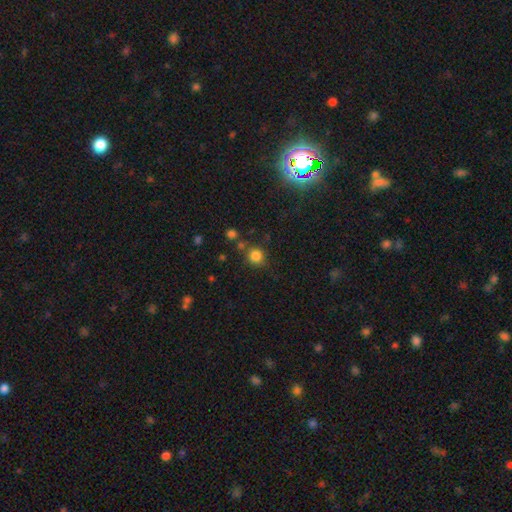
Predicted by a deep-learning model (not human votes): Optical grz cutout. It shows a smooth galaxy with no disk features (82%) that is round (88%). Merging: none (74%).